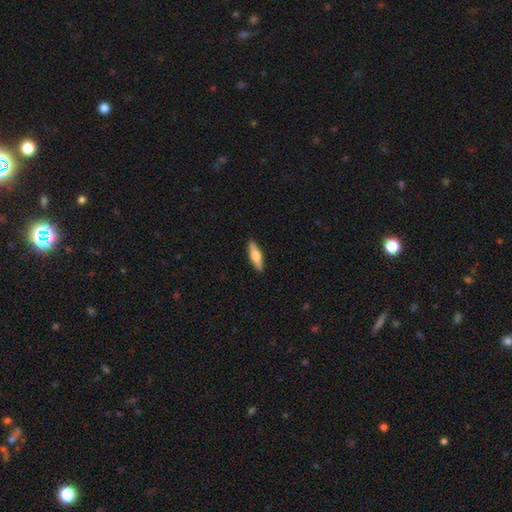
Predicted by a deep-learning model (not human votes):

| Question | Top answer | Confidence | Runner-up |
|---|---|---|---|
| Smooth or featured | smooth | 60% | featured or disk (34%) |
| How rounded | cigar-shaped | 61% | in between (37%) |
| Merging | none | 91% | minor disturbance (7%) |